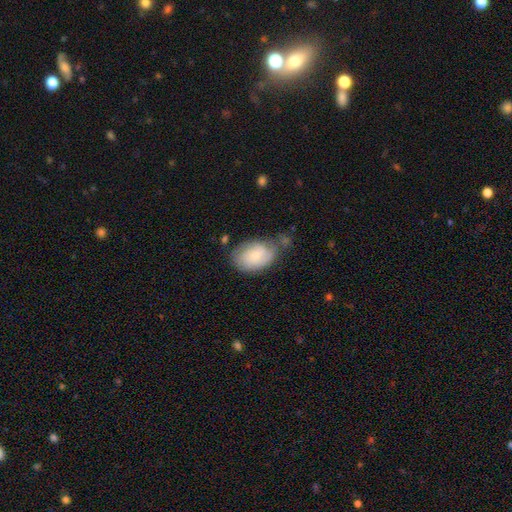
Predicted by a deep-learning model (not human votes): smooth-or-featured: smooth: 58% | featured or disk: 35% | star or artifact: 7%
  how-rounded: in between: 83% | round: 16% | cigar-shaped: 1%
  merging: none: 44% | minor disturbance: 33% | major disturbance: 15% | merger: 8%